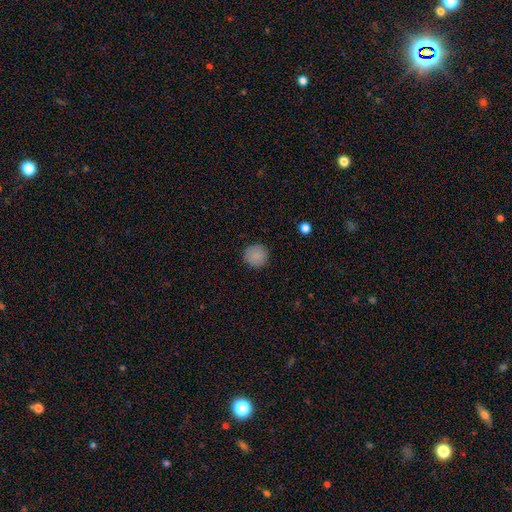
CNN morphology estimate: type=smooth (87%); roundness=round (94%); merging=none (90%).